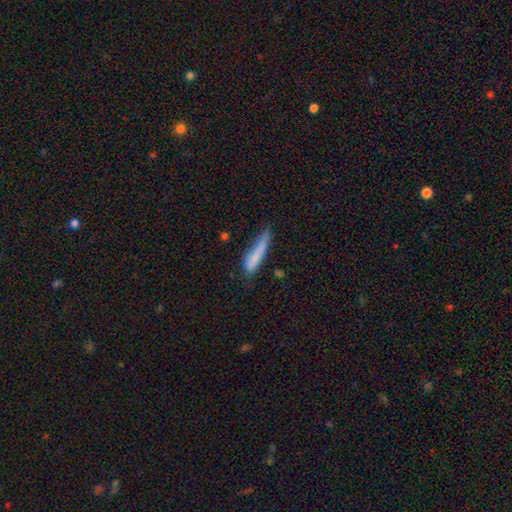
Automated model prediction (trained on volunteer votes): smooth-or-featured: smooth: 72% | featured or disk: 20% | star or artifact: 7%
  how-rounded: cigar-shaped: 88% | in between: 11% | round: 2%
  merging: none: 49% | minor disturbance: 33% | major disturbance: 14% | merger: 5%